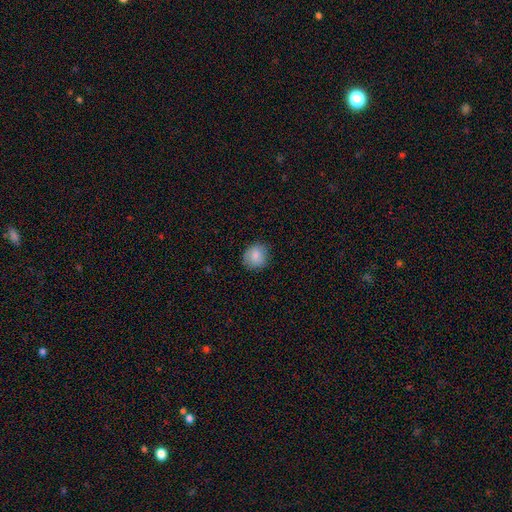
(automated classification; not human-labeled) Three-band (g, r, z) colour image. It shows a smooth galaxy with no disk features (85%) that is round (78%). Merging: none (82%).